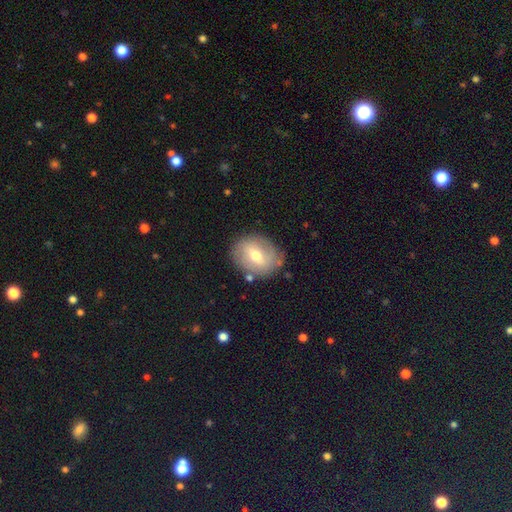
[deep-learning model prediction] This is possibly a featured or disk galaxy (47%). Merging: likely none (77%).